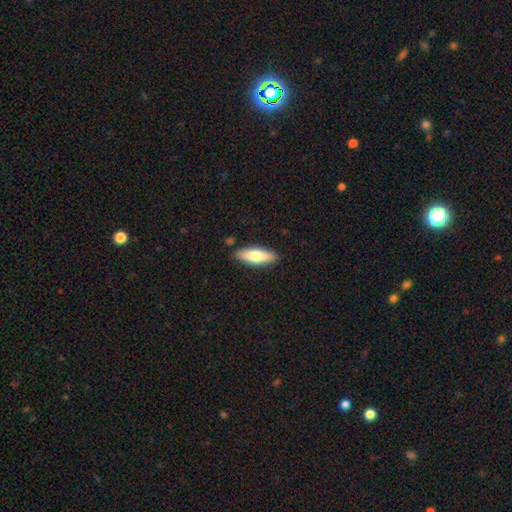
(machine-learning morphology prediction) Q: Smooth or featured?
A: smooth (70%); runner-up: featured or disk (24%)
Q: How rounded?
A: in between (54%); runner-up: cigar-shaped (44%)
Q: Merging?
A: none (87%); runner-up: minor disturbance (10%)